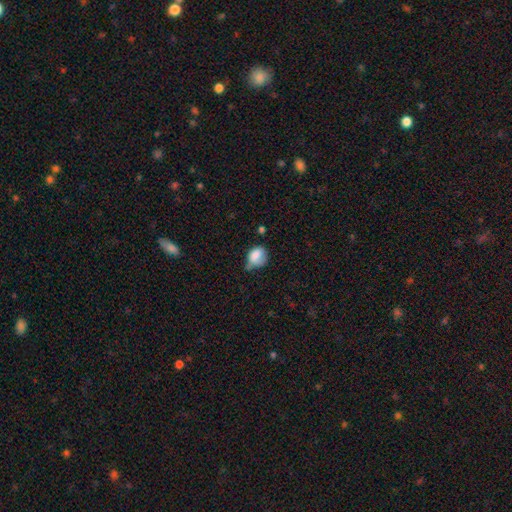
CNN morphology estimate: Q: Smooth or featured?
A: smooth (78%); runner-up: featured or disk (13%)
Q: How rounded?
A: in between (50%); runner-up: round (49%)
Q: Merging?
A: minor disturbance (41%); runner-up: none (33%)